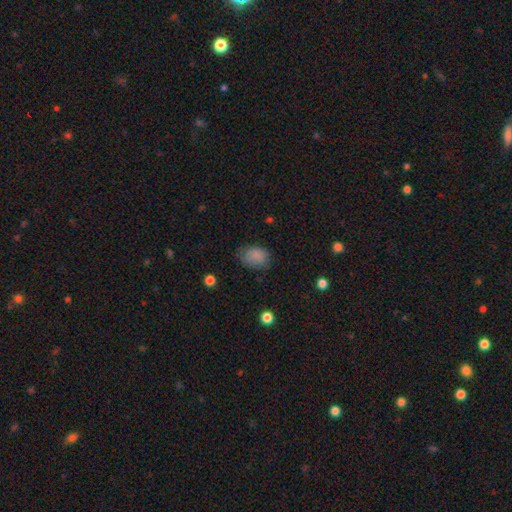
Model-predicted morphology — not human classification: Smooth or featured? smooth (85%)
How rounded? in between (77%)
Merging? none (66%)